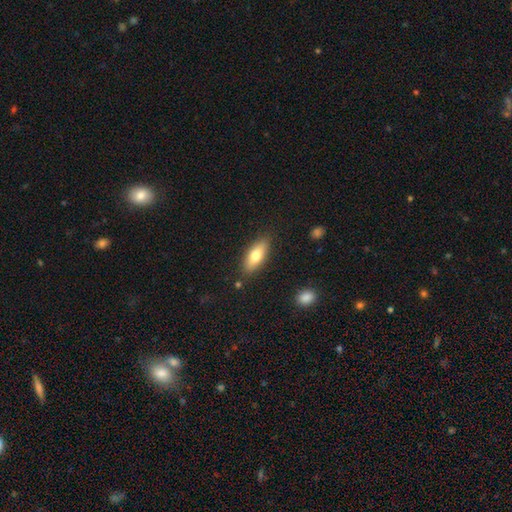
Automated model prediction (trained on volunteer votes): Smooth or featured: smooth — 73% (featured or disk — 21%)
How rounded: in between — 76% (cigar-shaped — 22%)
Merging: none — 85% (minor disturbance — 11%)